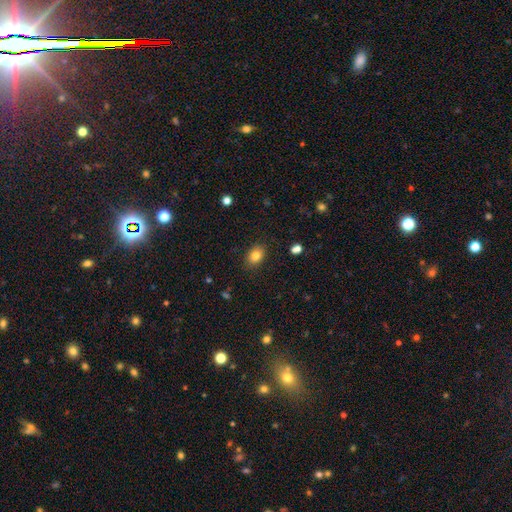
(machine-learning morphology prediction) Smooth or featured? smooth (82%)
How rounded? in between (72%)
Merging? none (87%)